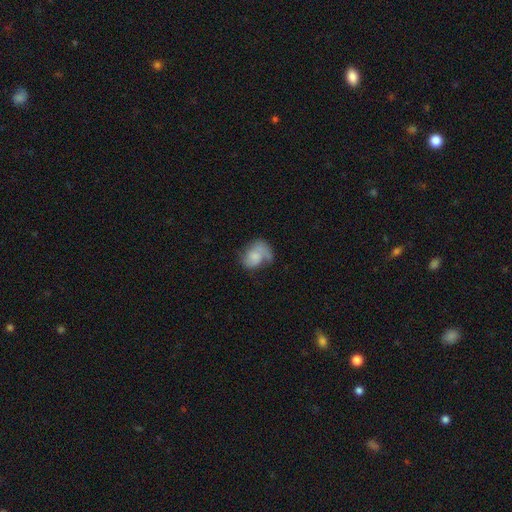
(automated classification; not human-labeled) Q: Smooth or featured?
A: smooth (49%); runner-up: featured or disk (43%)
Q: Merging?
A: none (37%); runner-up: major disturbance (30%)